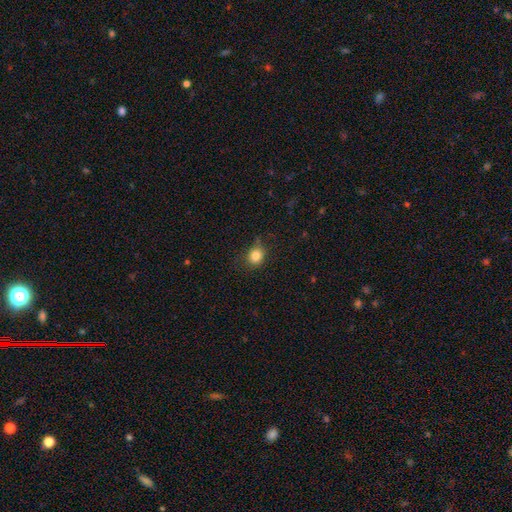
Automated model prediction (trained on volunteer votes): This appears to be a smooth galaxy with no disk features (83%) that is round (71%). Merging: none (75%).